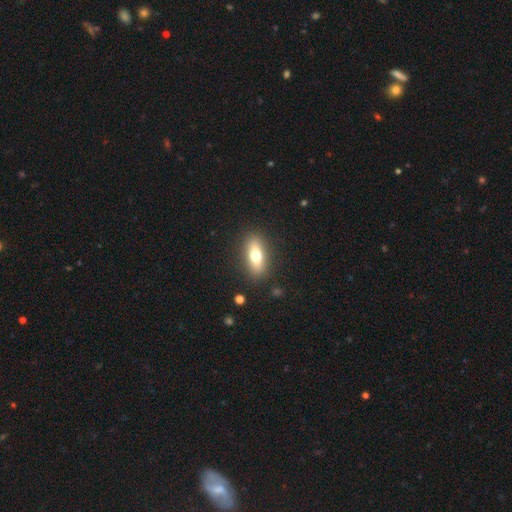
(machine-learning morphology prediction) Smooth or featured? smooth (68%)
How rounded? in between (72%)
Merging? none (87%)